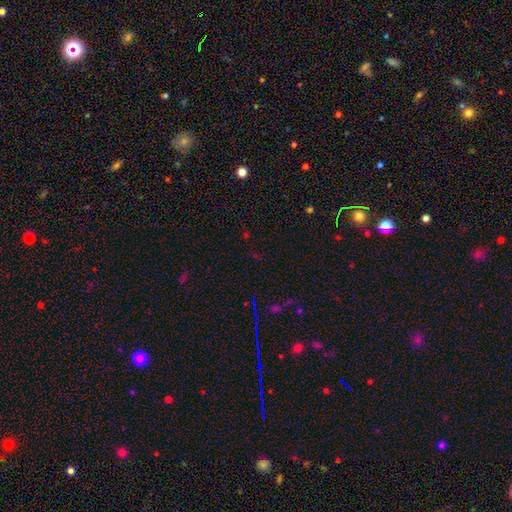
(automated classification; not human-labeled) Smooth or featured: star or artifact — 72% (smooth — 19%)